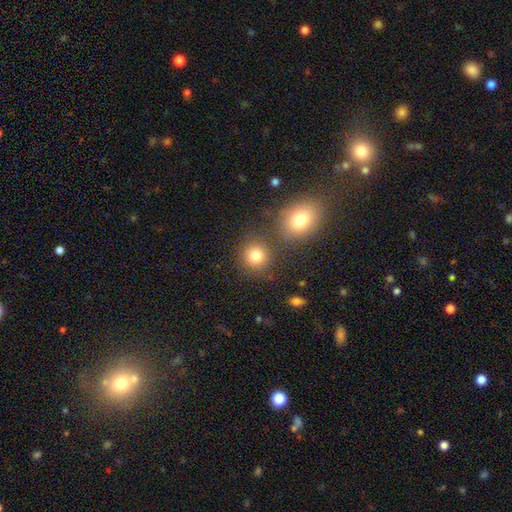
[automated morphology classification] A smooth galaxy with no disk features (81%) that is round (87%).

Vote fractions:
- Smooth or featured? smooth: 81% / star or artifact: 12% / featured or disk: 7%
- How rounded? round: 87% / in between: 12% / cigar-shaped: 1%
- Merging? none: 72% / merger: 16% / minor disturbance: 9% / major disturbance: 4%